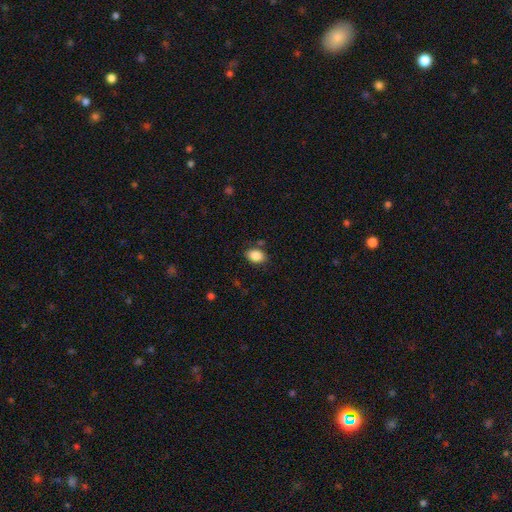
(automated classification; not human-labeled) Smooth or featured? smooth (88%)
How rounded? in between (80%)
Merging? none (81%)